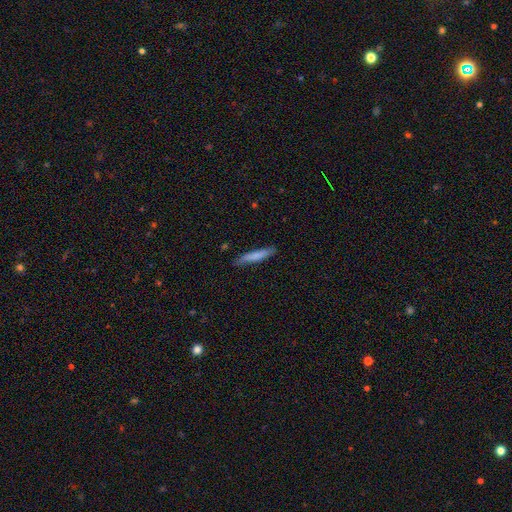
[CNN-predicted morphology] Smooth or featured: smooth — 75% (featured or disk — 20%)
How rounded: cigar-shaped — 91% (in between — 7%)
Merging: none — 83% (minor disturbance — 14%)